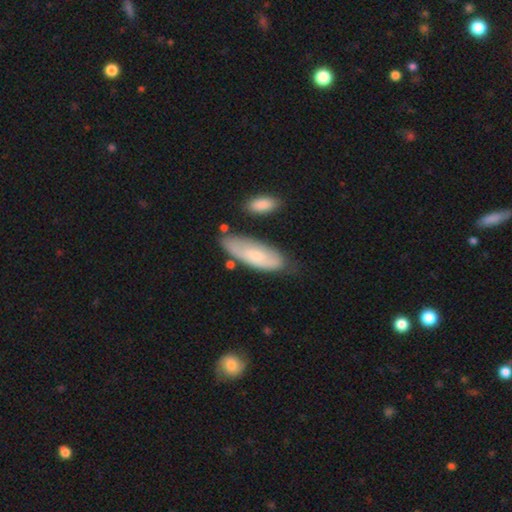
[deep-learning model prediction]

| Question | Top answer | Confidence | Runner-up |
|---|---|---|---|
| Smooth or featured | smooth | 68% | featured or disk (26%) |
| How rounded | in between | 70% | cigar-shaped (28%) |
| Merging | none | 61% | minor disturbance (26%) |